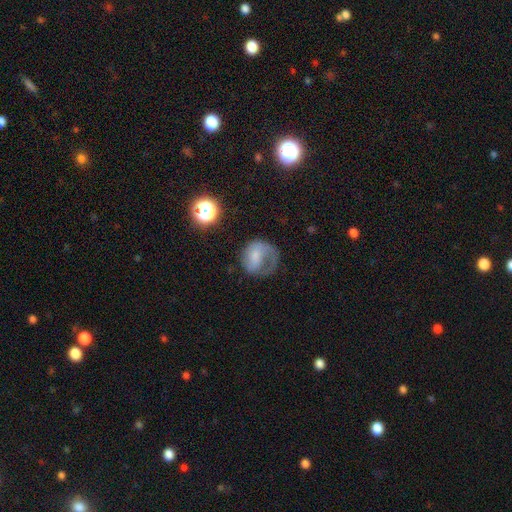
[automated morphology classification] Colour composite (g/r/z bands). It shows a smooth galaxy with no disk features (49%). Merging: major disturbance (43%).